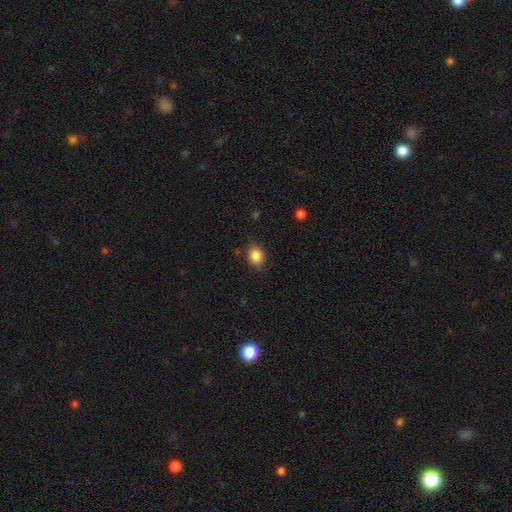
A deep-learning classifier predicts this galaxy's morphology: This is clearly a smooth galaxy (85%). How rounded: possibly in between (59%). Merging: clearly none (81%).